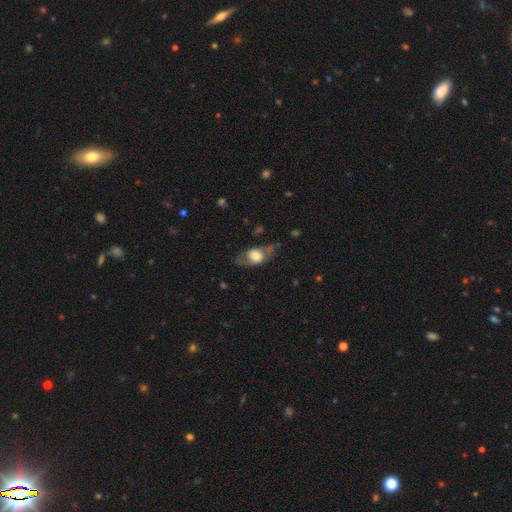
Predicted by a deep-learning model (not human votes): Morphology: type=smooth (50%); merging=none (63%).